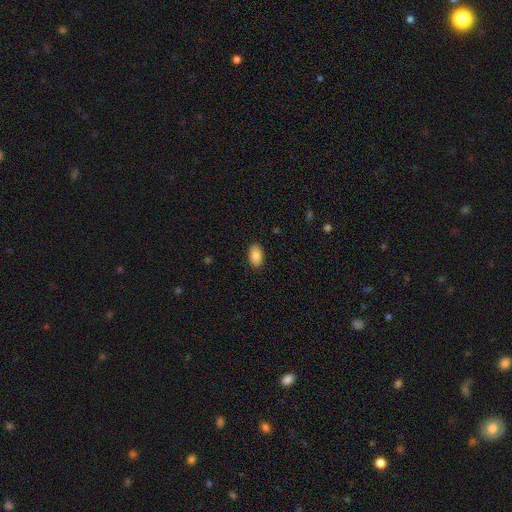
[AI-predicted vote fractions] Overall: smooth (87%). How rounded: in between (94%). Merging: none (89%).